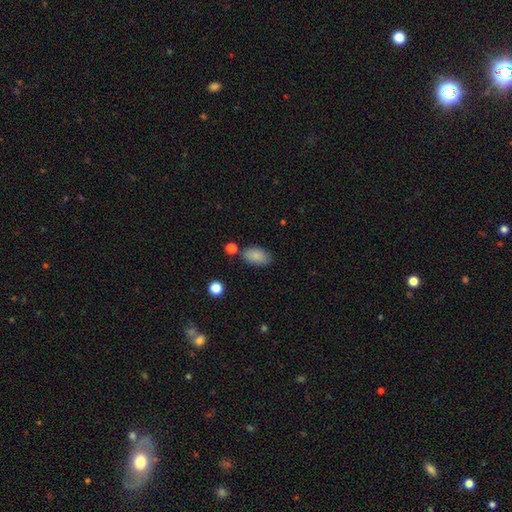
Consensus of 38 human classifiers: Smooth or featured: smooth — 89% (featured or disk — 5%)
How rounded: in between — 85% (round — 12%)
Merging: none — 78% (merger — 11%)